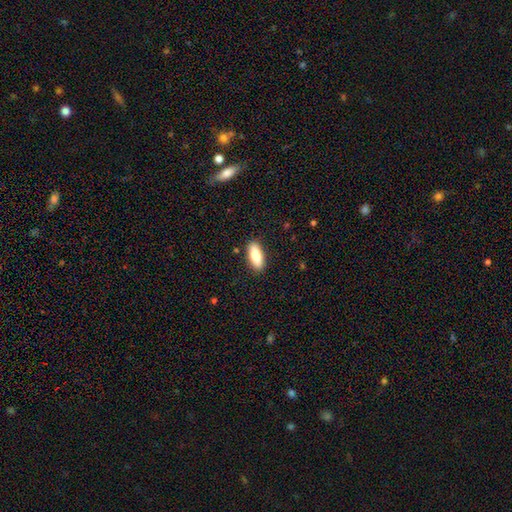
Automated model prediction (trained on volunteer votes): The model was most divided on "how rounded": in between: 76%, cigar-shaped: 22%, round: 2%. More confident: merging — none (88%); smooth or featured — smooth (79%).